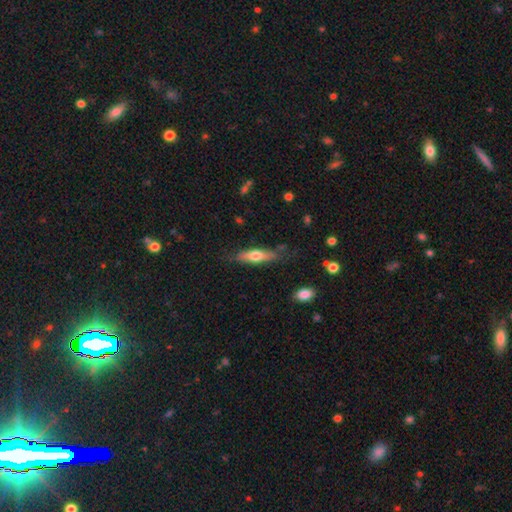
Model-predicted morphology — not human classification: Overall: smooth (58%; featured or disk 37%). How rounded: cigar-shaped (67%; in between 31%). Merging: none (74%).